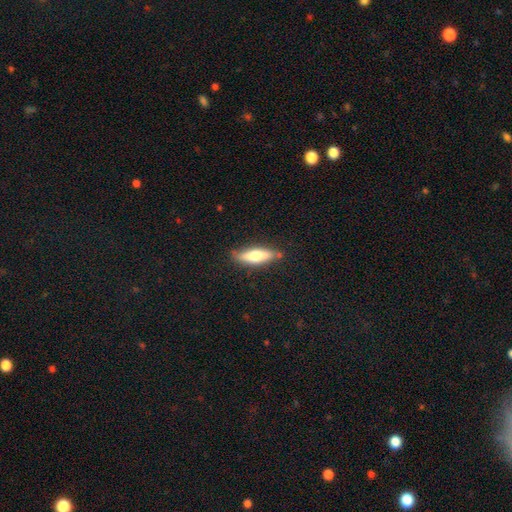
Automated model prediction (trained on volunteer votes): smooth 67%, featured or disk 27%, star or artifact 6%. Down the decision tree: how rounded — cigar-shaped (57%); merging — none (80%).